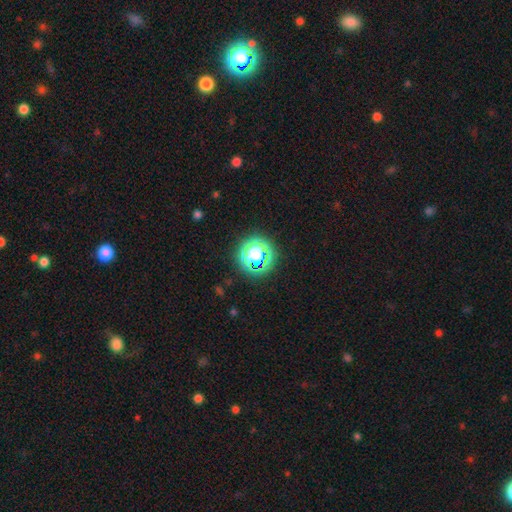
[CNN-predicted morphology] star or artifact 47%, smooth 41%, featured or disk 12%.